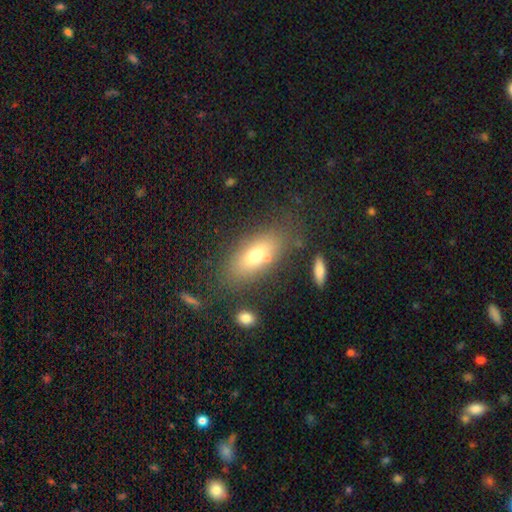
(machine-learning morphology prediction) The model was most divided on "smooth or featured": smooth: 69%, featured or disk: 21%, star or artifact: 10%. More confident: how rounded — in between (78%); merging — none (72%).